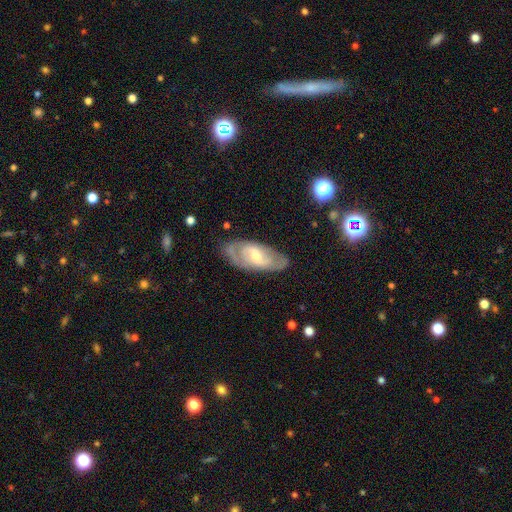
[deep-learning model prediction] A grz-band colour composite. It shows a featured or disk galaxy (72%) with a weak bar (52%), 2 (64%) medium (43%) spiral arms (79%) and a moderate central bulge (50%). Merging: none (72%).